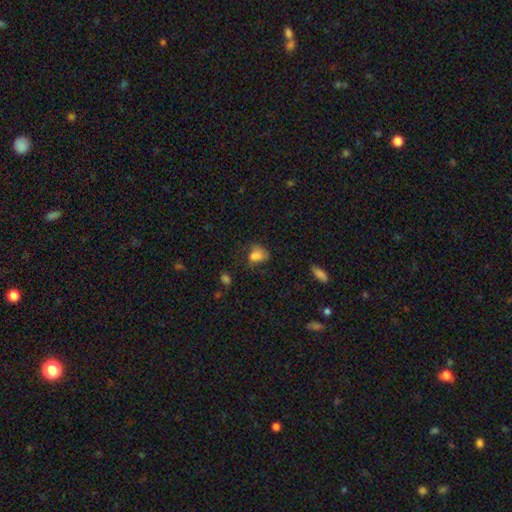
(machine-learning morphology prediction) A smooth galaxy with no disk features (76%) that is in between round and cigar-shaped (65%).

Vote fractions:
- Smooth or featured? smooth: 76% / star or artifact: 13% / featured or disk: 11%
- How rounded? in between: 65% / round: 34% / cigar-shaped: 2%
- Merging? none: 40% / minor disturbance: 30% / major disturbance: 20% / merger: 10%